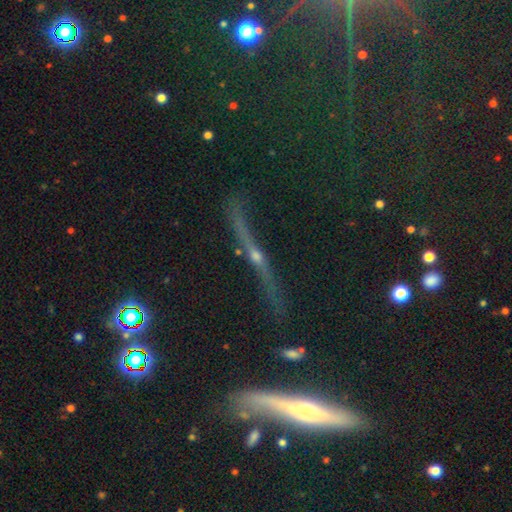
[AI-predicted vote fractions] Morphology: type=featured or disk (69%); edge-on=yes (87%); edge-on bulge=rounded (84%); merging=none (71%).